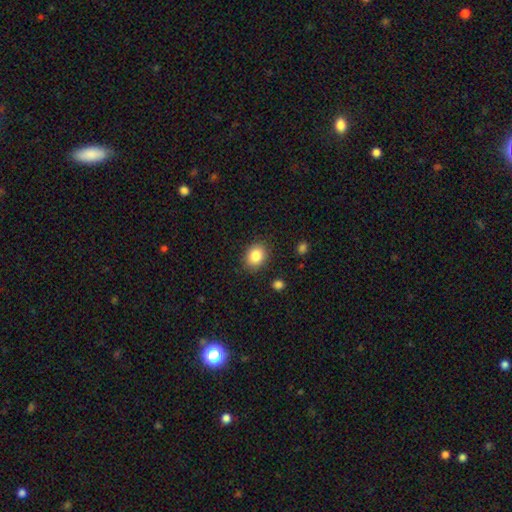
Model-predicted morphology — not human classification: Q: Smooth or featured?
A: smooth (85%); runner-up: star or artifact (9%)
Q: How rounded?
A: round (55%); runner-up: in between (44%)
Q: Merging?
A: none (87%); runner-up: minor disturbance (9%)